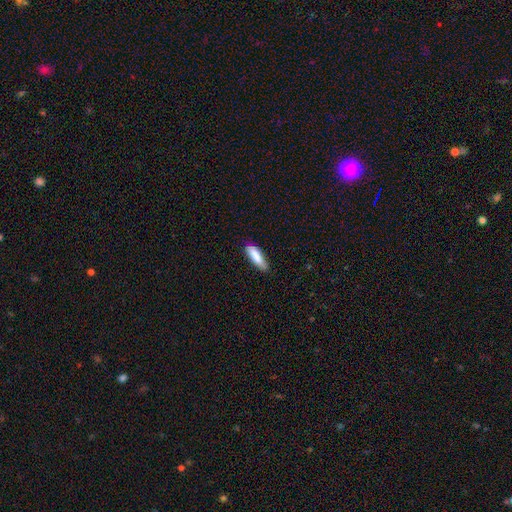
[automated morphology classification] smooth 84%, featured or disk 10%, star or artifact 6%. Down the decision tree: how rounded — cigar-shaped (59%); merging — none (75%).